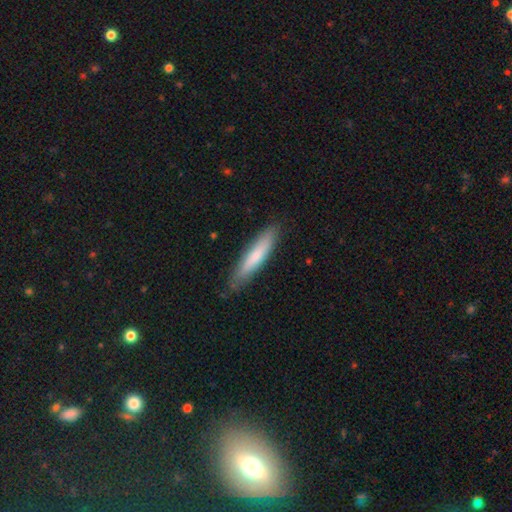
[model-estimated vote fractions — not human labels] smooth 71%, featured or disk 23%, star or artifact 5%. Down the decision tree: how rounded — cigar-shaped (86%); merging — none (83%).